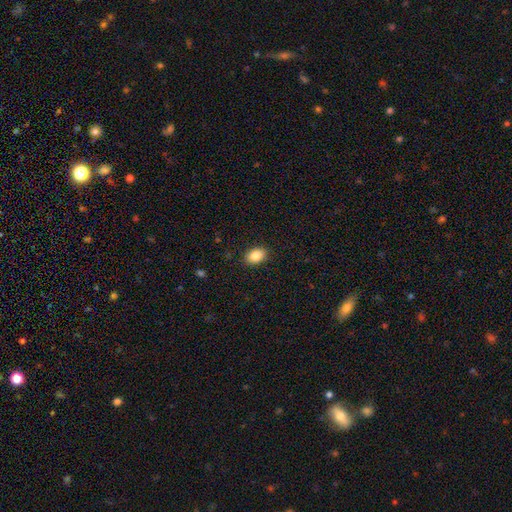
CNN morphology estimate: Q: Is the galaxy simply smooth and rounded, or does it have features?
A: smooth — 86%.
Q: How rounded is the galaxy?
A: in between — 84%.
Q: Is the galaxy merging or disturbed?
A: none — 88%.